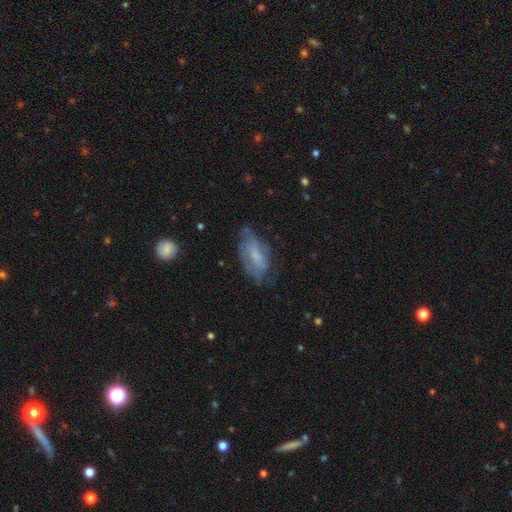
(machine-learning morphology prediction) This appears to be a featured or disk galaxy (50%). Merging: none (53%).